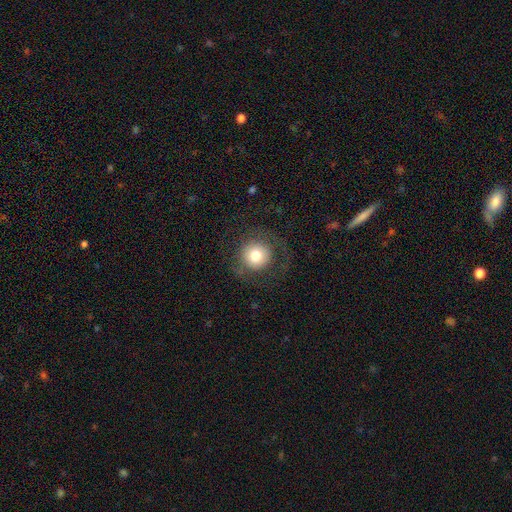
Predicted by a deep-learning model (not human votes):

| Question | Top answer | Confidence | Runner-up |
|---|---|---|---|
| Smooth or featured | smooth | 70% | featured or disk (19%) |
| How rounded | round | 94% | in between (5%) |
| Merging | none | 75% | major disturbance (12%) |